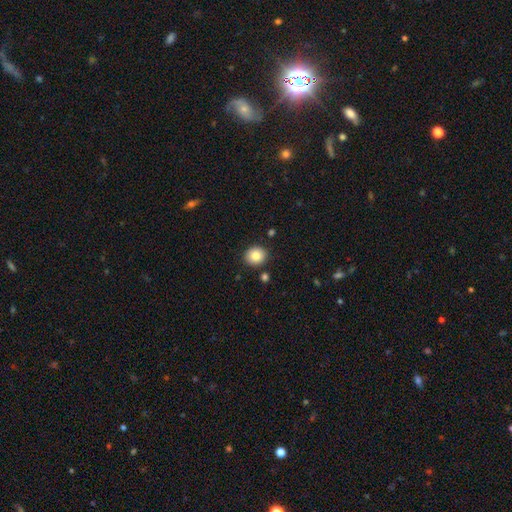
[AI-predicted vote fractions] Smooth or featured? smooth (83%)
How rounded? round (75%)
Merging? none (89%)